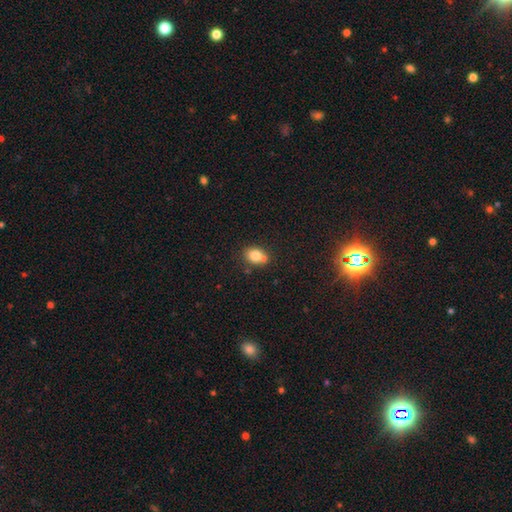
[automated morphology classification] The model was most divided on "how rounded": round: 50%, in between: 49%, cigar-shaped: 1%. More confident: smooth or featured — smooth (78%); merging — none (56%).